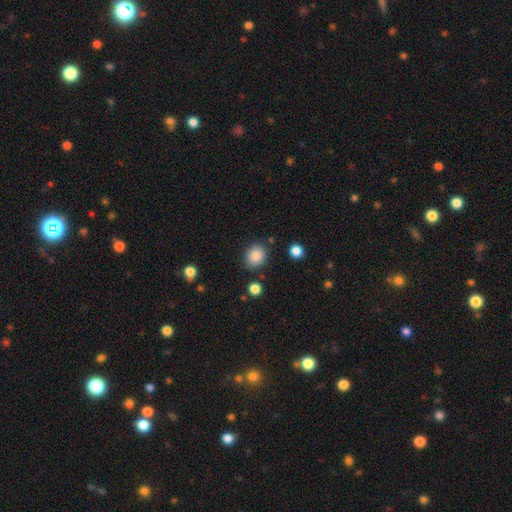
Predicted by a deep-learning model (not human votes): Smooth or featured: smooth — 87% (star or artifact — 9%)
How rounded: round — 71% (in between — 28%)
Merging: none — 83% (minor disturbance — 10%)